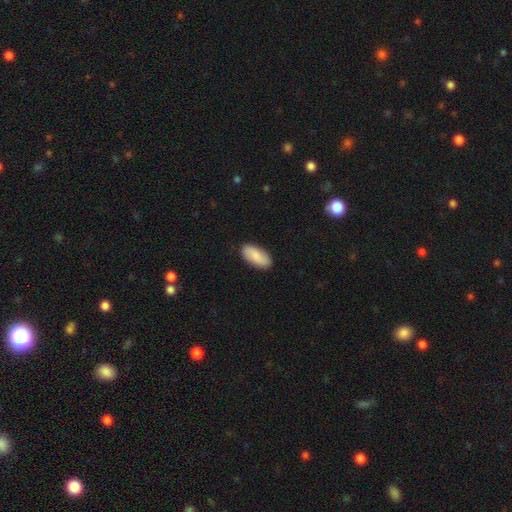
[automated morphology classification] Smooth or featured?
  - smooth: 86% *
  - featured or disk: 9%
  - star or artifact: 5%
How rounded?
  - in between: 90% *
  - cigar-shaped: 8%
  - round: 2%
Merging?
  - none: 88% *
  - minor disturbance: 9%
  - major disturbance: 2%
  - merger: 1%